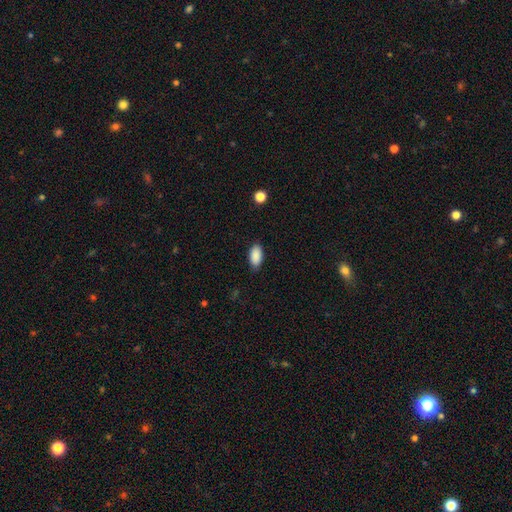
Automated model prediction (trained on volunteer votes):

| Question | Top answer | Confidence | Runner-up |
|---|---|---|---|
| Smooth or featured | smooth | 90% | star or artifact (7%) |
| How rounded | in between | 94% | cigar-shaped (3%) |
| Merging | none | 85% | minor disturbance (11%) |